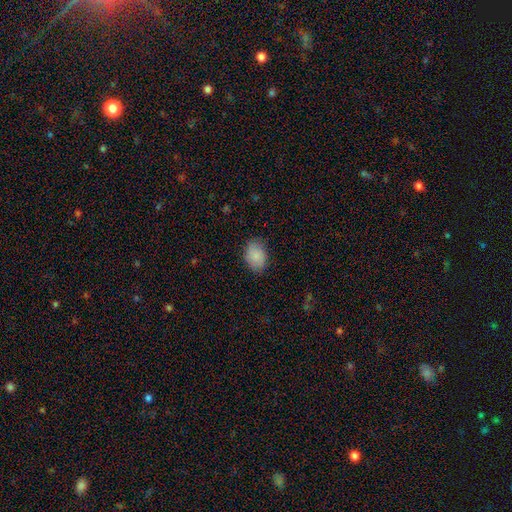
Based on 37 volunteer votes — This is clearly a smooth galaxy (84%). How rounded: likely in between (77%). Merging: likely none (71%).